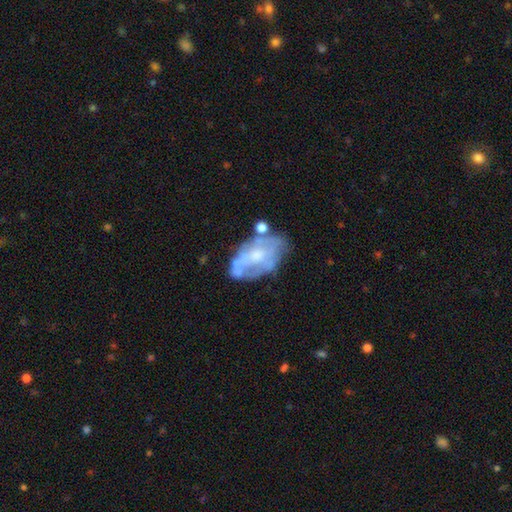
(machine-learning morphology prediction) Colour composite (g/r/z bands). It shows a featured or disk galaxy (67%) with no bar (77%), no spiral arms (62%) and a moderate central bulge (47%). Merging: none (48%).